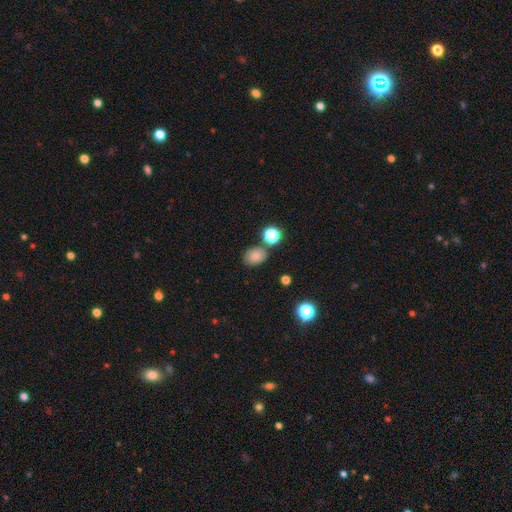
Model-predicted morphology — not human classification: Smooth or featured? Predicted: smooth (p=0.80). How rounded? Predicted: in between (p=0.68). Merging? Predicted: none (p=0.72).